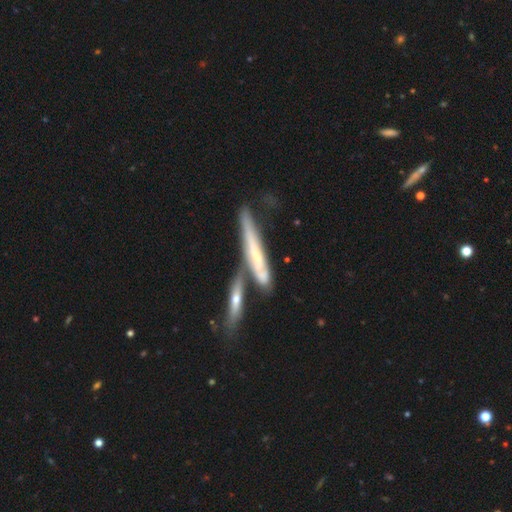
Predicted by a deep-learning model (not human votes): Smooth or featured?
  - featured or disk: 61% *
  - smooth: 33%
  - star or artifact: 6%
Edge-on disk?
  - yes: 82% *
  - no: 18%
Merging?
  - merger: 40% *
  - none: 38%
  - minor disturbance: 16%
  - major disturbance: 6%